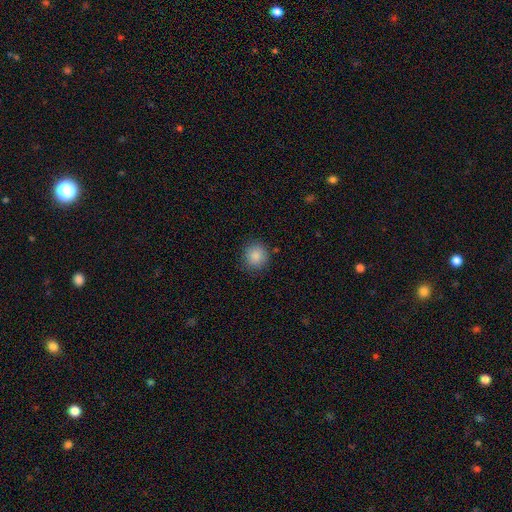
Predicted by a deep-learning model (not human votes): Smooth or featured? Predicted: smooth (p=0.87). How rounded? Predicted: round (p=0.89). Merging? Predicted: none (p=0.85).